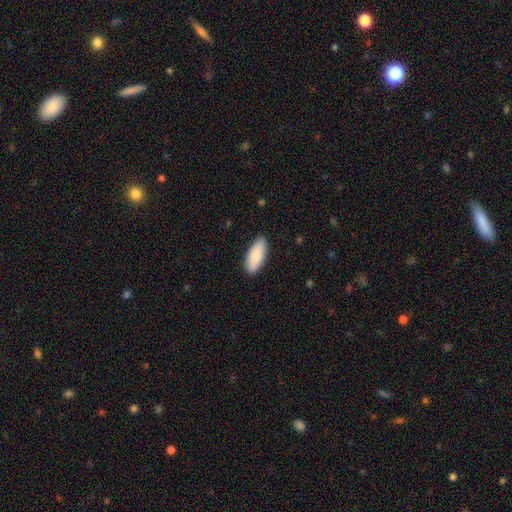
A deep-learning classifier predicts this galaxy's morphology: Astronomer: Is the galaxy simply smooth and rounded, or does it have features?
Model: smooth — 88%.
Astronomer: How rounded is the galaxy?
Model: in between — 83%.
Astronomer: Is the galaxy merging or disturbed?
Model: none — 84%.